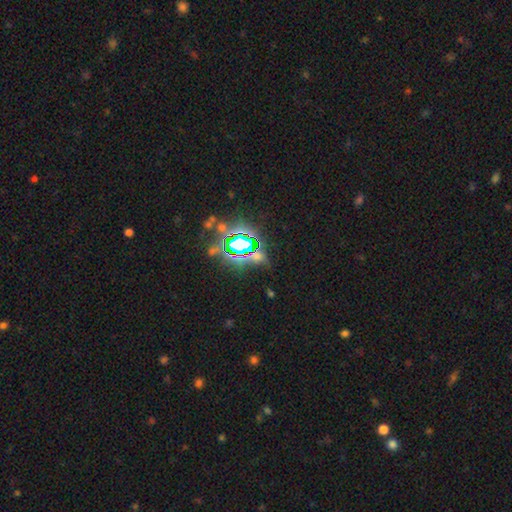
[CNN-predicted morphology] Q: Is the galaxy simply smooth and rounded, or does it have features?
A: star or artifact — 74%.